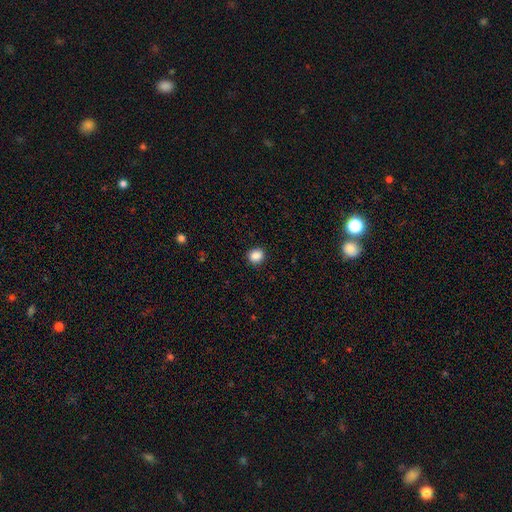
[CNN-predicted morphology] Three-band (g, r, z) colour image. It shows a smooth galaxy with no disk features (87%) that is round (77%). Merging: none (90%).